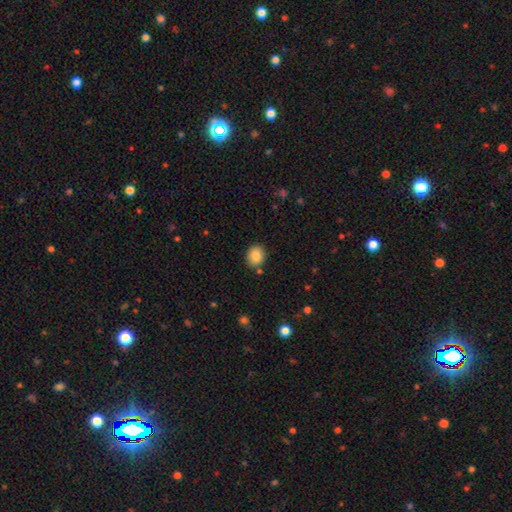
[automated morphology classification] Overall: smooth (84%). How rounded: round (69%; in between 30%). Merging: none (85%).